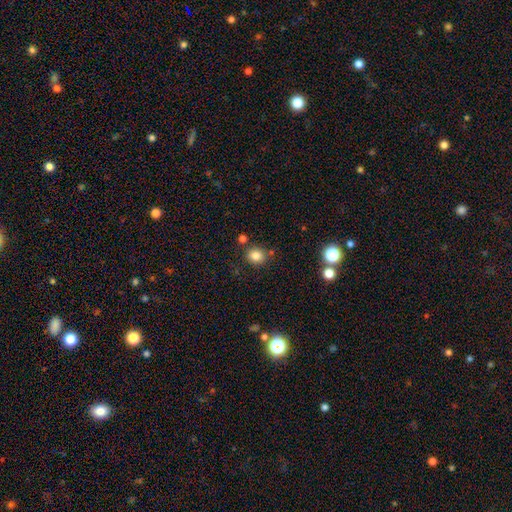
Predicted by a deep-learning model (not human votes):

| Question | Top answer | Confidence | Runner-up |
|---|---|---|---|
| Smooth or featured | smooth | 83% | star or artifact (12%) |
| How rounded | round | 74% | in between (25%) |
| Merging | none | 78% | minor disturbance (11%) |